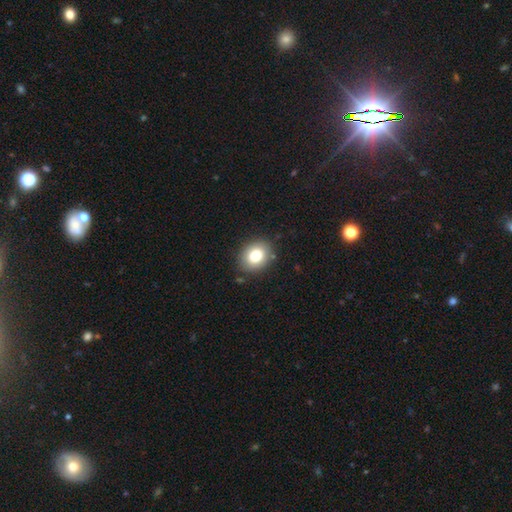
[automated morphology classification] smooth 79%, featured or disk 11%, star or artifact 10%. Down the decision tree: how rounded — round (51%); merging — none (85%).